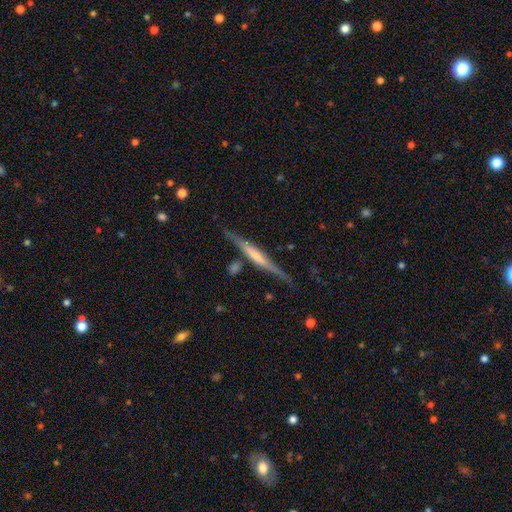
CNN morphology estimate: type=featured or disk (66%); edge-on=yes (96%); edge-on bulge=none (42%); merging=none (76%).